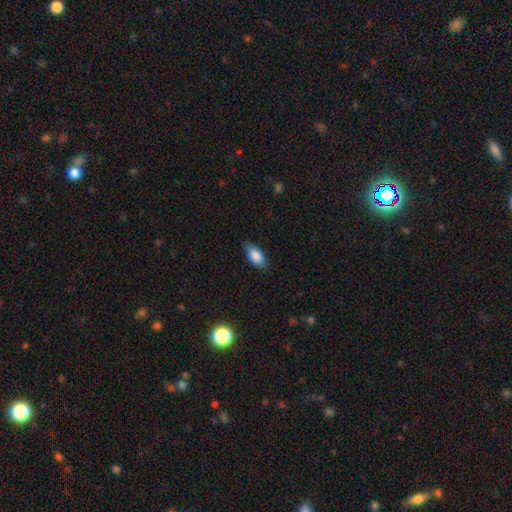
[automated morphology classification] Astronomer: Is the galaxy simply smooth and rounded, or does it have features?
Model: smooth — 86%.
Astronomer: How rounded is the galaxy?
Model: in between — 89%.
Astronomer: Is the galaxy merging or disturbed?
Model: none — 80%.